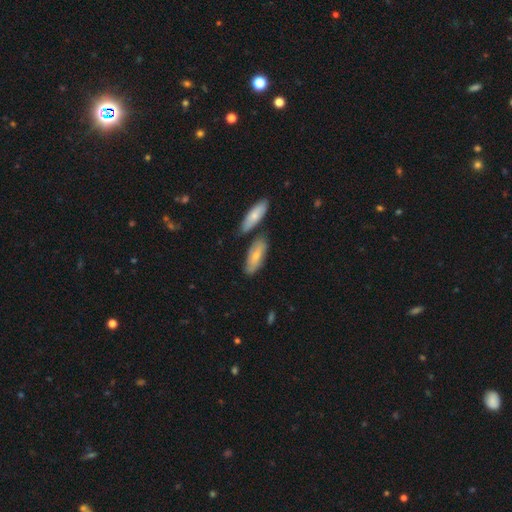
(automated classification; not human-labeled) Smooth or featured: smooth — 66% (featured or disk — 28%)
How rounded: in between — 74% (cigar-shaped — 24%)
Merging: none — 66% (merger — 15%)